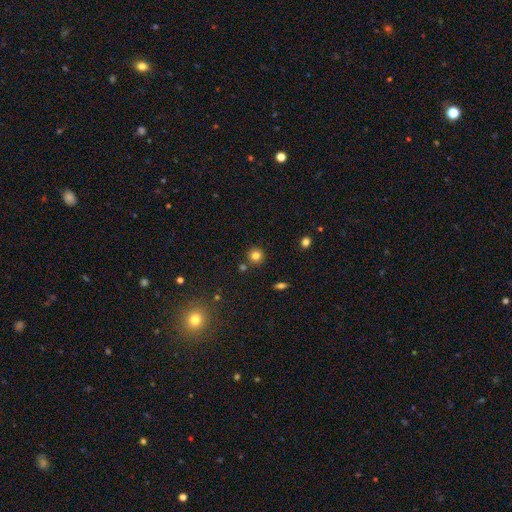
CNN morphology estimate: Smooth or featured?
  - smooth: 80% *
  - star or artifact: 14%
  - featured or disk: 7%
How rounded?
  - round: 93% *
  - in between: 6%
  - cigar-shaped: 1%
Merging?
  - none: 84% *
  - minor disturbance: 7%
  - merger: 6%
  - major disturbance: 2%